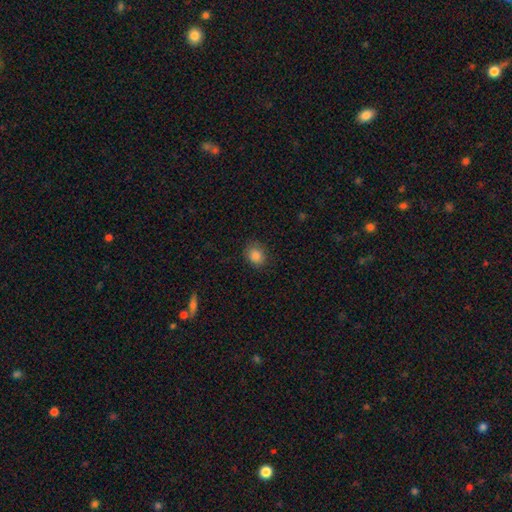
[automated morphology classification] Smooth or featured?
  - smooth: 84% *
  - star or artifact: 10%
  - featured or disk: 6%
How rounded?
  - round: 60% *
  - in between: 39%
  - cigar-shaped: 1%
Merging?
  - none: 84% *
  - minor disturbance: 12%
  - major disturbance: 3%
  - merger: 1%